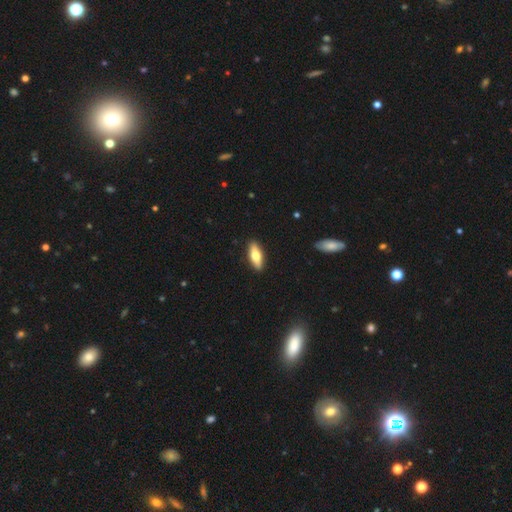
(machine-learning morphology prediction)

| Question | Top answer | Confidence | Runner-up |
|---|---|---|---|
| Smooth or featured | smooth | 63% | featured or disk (31%) |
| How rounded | in between | 59% | cigar-shaped (38%) |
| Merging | none | 90% | minor disturbance (7%) |